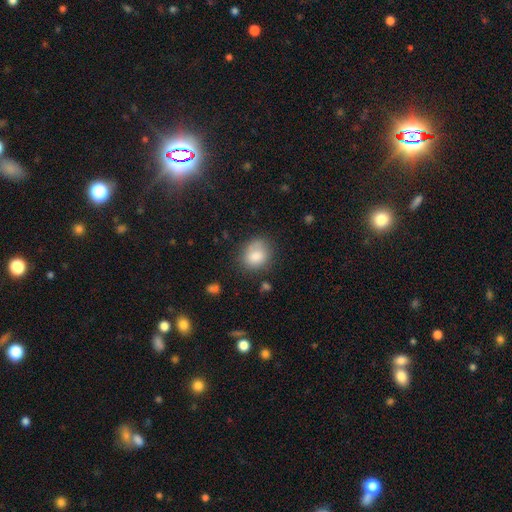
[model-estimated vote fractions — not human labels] Q: Smooth or featured?
A: smooth (82%); runner-up: featured or disk (10%)
Q: How rounded?
A: round (62%); runner-up: in between (37%)
Q: Merging?
A: none (64%); runner-up: minor disturbance (23%)